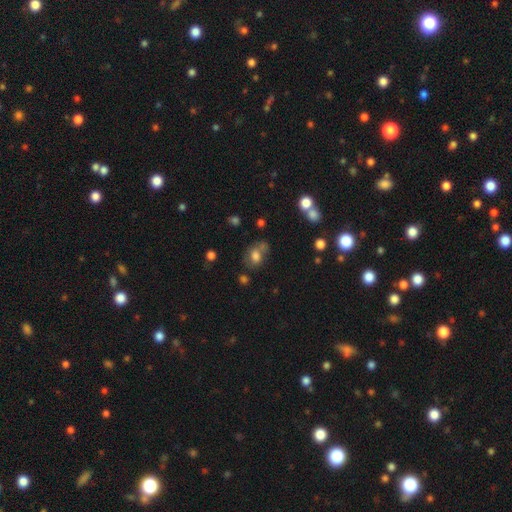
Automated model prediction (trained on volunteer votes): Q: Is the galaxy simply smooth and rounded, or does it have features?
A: smooth — 65%.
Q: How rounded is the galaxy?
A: in between — 65%.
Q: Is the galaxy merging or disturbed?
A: none — 50%.